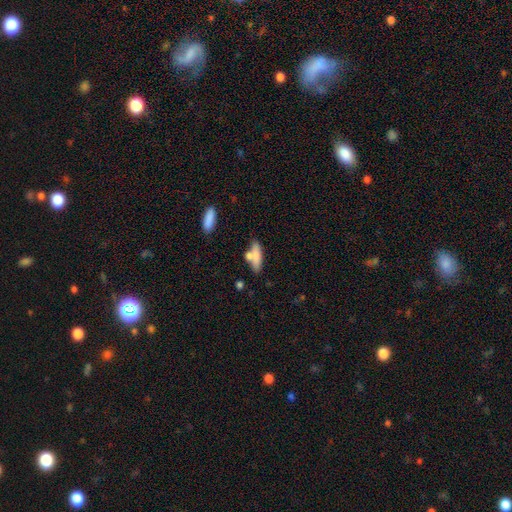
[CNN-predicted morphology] type=smooth (74%); roundness=cigar-shaped (53%); merging=none (57%).